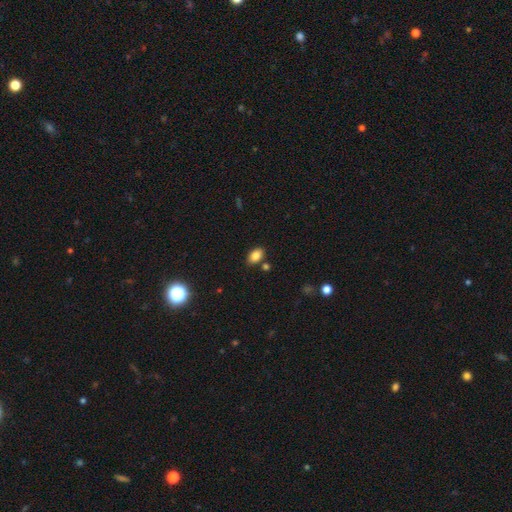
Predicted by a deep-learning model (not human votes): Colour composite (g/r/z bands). It shows a smooth galaxy with no disk features (85%) that is in between round and cigar-shaped (89%). Merging: none (80%).